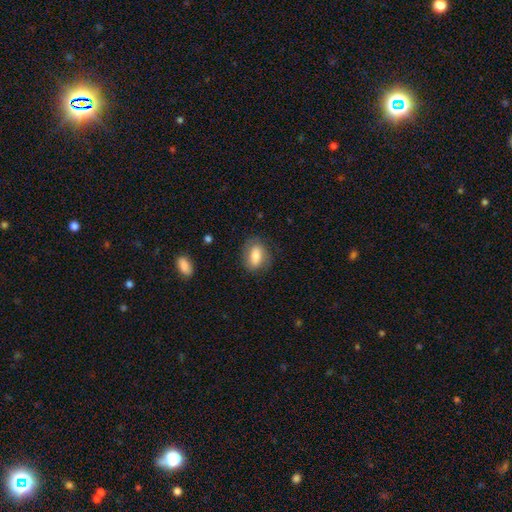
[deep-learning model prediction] Smooth or featured? smooth (78%)
How rounded? in between (83%)
Merging? none (76%)